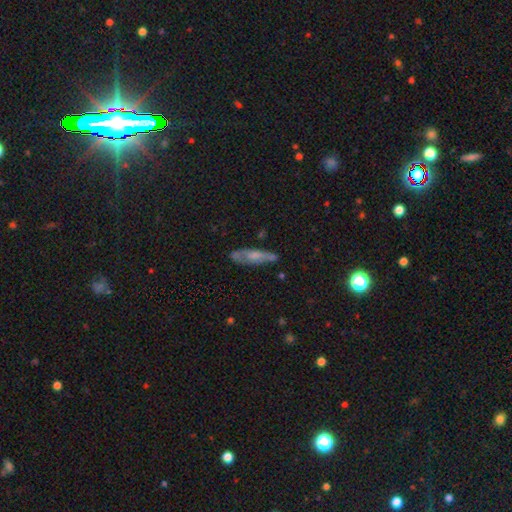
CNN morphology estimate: A smooth galaxy with no disk features (48%). Merging: none (63%).